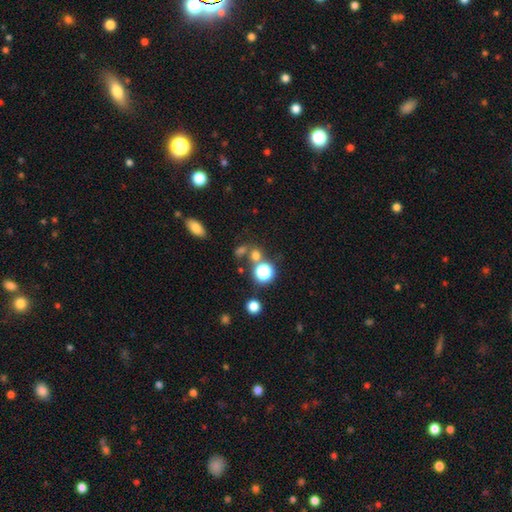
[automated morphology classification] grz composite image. It shows a smooth galaxy with no disk features (63%) that is round (76%). Merging: none (59%).